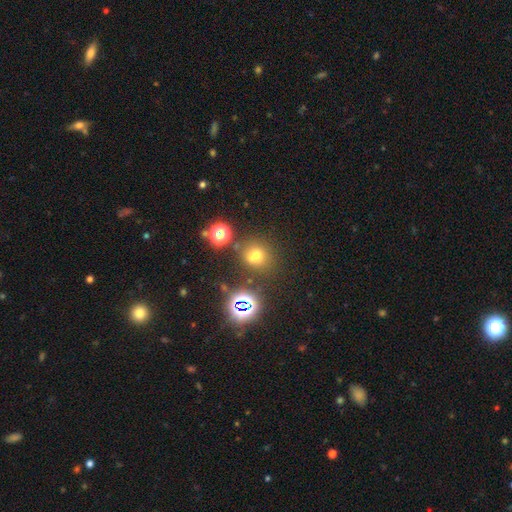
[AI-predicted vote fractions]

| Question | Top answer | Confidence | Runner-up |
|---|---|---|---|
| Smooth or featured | smooth | 60% | star or artifact (29%) |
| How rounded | round | 83% | in between (16%) |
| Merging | none | 60% | merger (25%) |